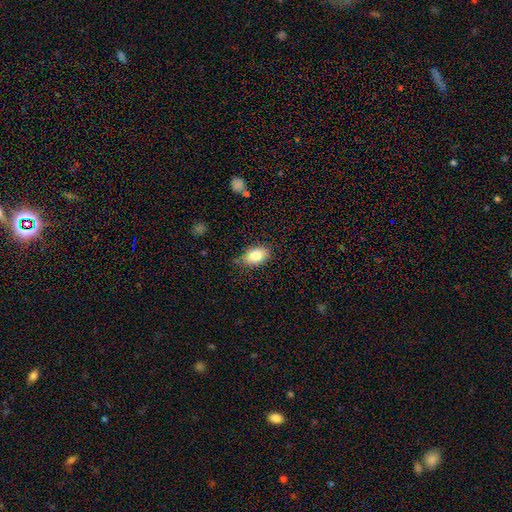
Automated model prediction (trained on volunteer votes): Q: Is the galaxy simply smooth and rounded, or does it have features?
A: smooth — 83%.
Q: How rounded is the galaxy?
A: in between — 89%.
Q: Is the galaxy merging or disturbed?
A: none — 77%.